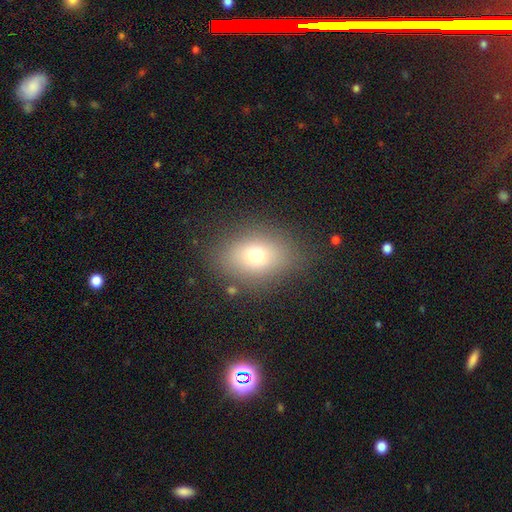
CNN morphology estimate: This is likely a smooth galaxy (70%). How rounded: likely in between (70%). Merging: clearly none (81%).